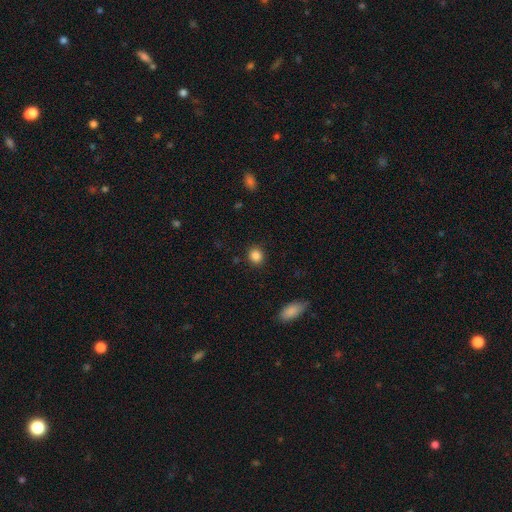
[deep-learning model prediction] The model was most divided on "how rounded": round: 80%, in between: 19%, cigar-shaped: 1%. More confident: merging — none (89%); smooth or featured — smooth (86%).